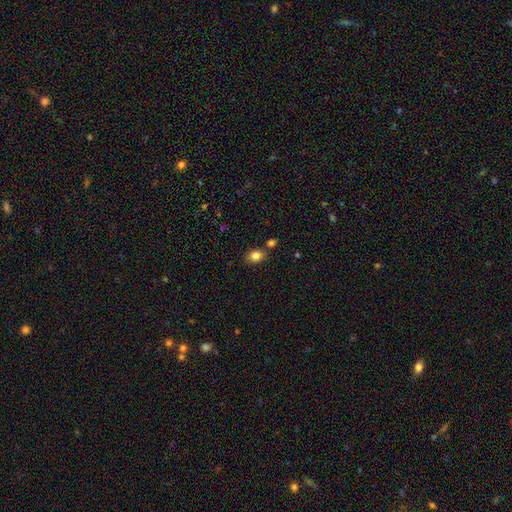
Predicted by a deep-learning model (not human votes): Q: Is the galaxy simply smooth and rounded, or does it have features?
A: smooth — 83%.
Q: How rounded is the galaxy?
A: in between — 62%.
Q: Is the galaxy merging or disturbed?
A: none — 74%.